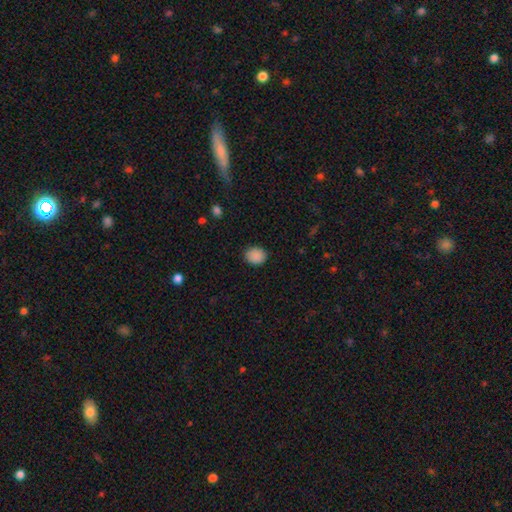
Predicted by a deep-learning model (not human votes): Morphology: type=smooth (89%); roundness=round (60%); merging=none (88%).